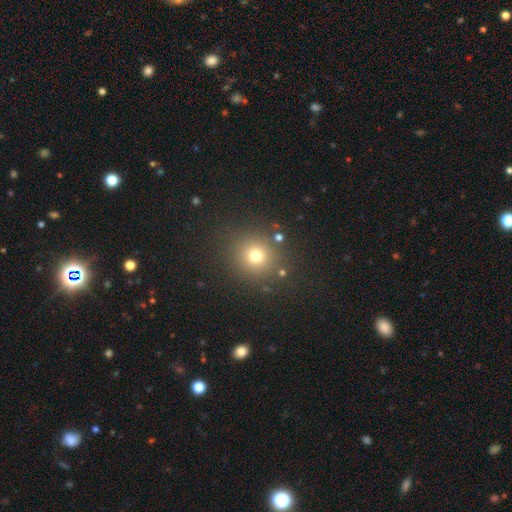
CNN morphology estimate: Overall: smooth (73%). How rounded: round (91%). Merging: none (85%).